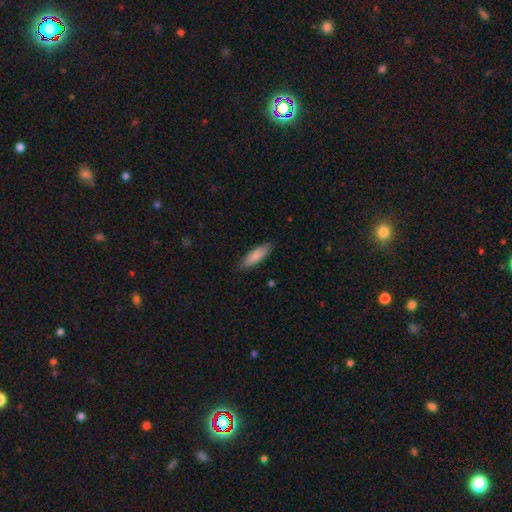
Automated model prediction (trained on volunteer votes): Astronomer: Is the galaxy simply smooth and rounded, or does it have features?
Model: smooth — 84%.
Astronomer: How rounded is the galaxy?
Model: in between — 60% (runner-up: cigar-shaped, 38%).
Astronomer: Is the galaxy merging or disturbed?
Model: none — 86%.